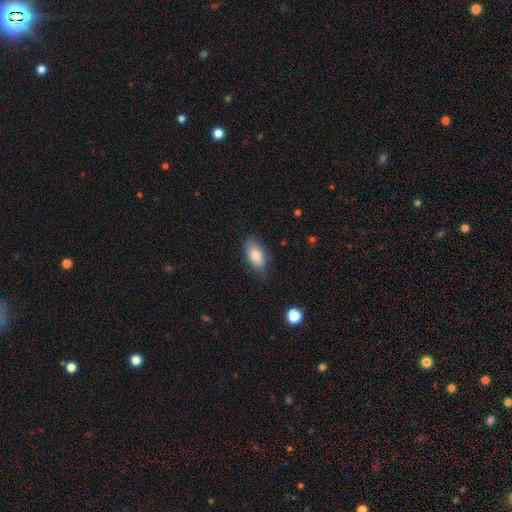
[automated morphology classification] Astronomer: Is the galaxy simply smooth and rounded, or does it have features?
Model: smooth — 84%.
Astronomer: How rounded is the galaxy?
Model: in between — 92%.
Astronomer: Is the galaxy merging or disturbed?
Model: none — 75%.